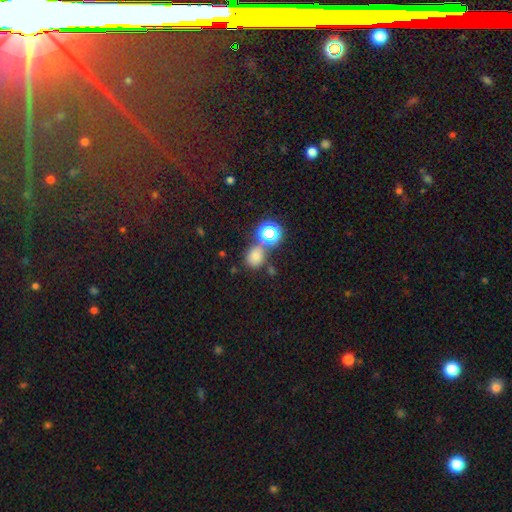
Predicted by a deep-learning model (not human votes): This is likely a smooth galaxy (73%). How rounded: likely round (74%). Merging: likely none (62%).